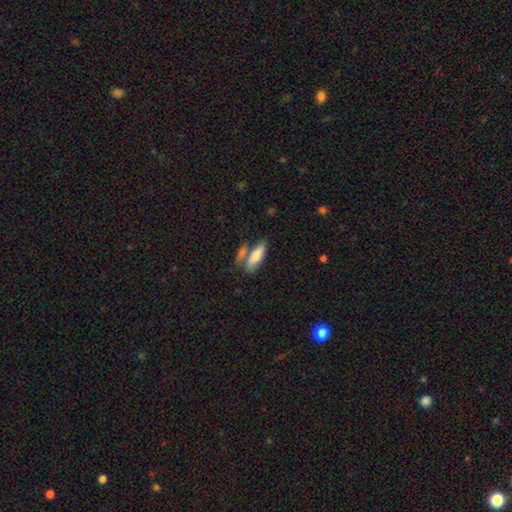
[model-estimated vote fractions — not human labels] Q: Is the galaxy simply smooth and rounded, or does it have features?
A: smooth — 72%.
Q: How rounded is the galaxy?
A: in between — 60%.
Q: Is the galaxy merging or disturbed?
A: none — 51%.